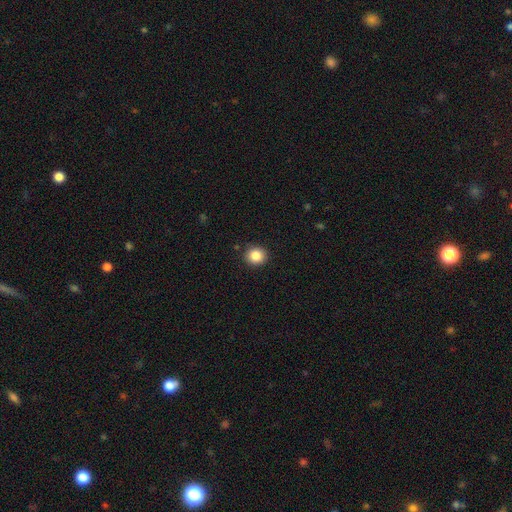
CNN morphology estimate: Q: Smooth or featured?
A: smooth (86%); runner-up: star or artifact (10%)
Q: How rounded?
A: round (85%); runner-up: in between (14%)
Q: Merging?
A: none (90%); runner-up: minor disturbance (7%)